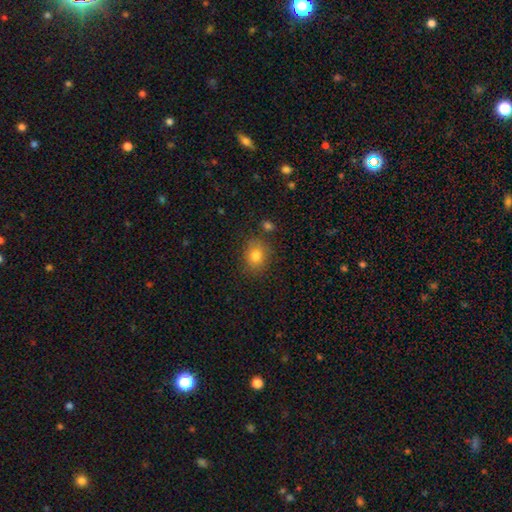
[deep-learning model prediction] This appears to be a smooth galaxy with no disk features (81%) that is round (55%). Merging: none (80%).